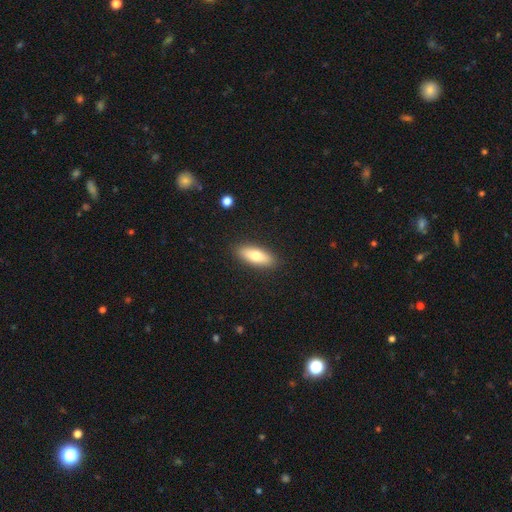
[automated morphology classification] smooth-or-featured: smooth: 72% | featured or disk: 22% | star or artifact: 6%
  how-rounded: in between: 67% | cigar-shaped: 30% | round: 2%
  merging: none: 90% | minor disturbance: 7% | major disturbance: 2% | merger: 1%